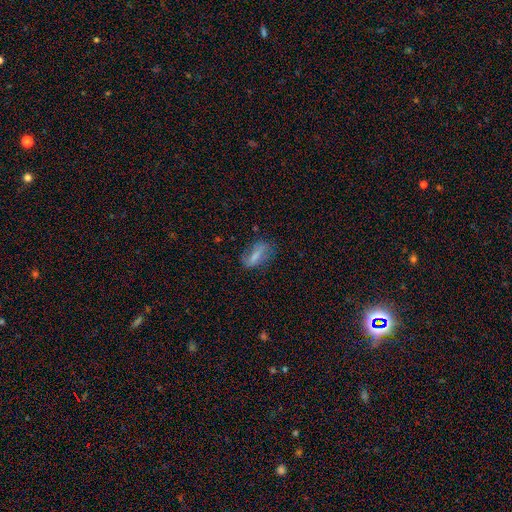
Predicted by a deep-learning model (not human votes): Smooth or featured: smooth — 61% (featured or disk — 30%)
How rounded: in between — 72% (cigar-shaped — 22%)
Merging: none — 61% (minor disturbance — 25%)